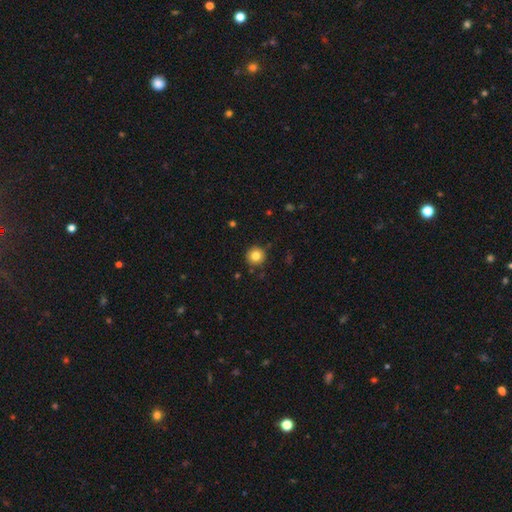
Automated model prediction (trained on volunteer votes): A smooth galaxy with no disk features (81%) that is round (94%). Merging: none (88%).